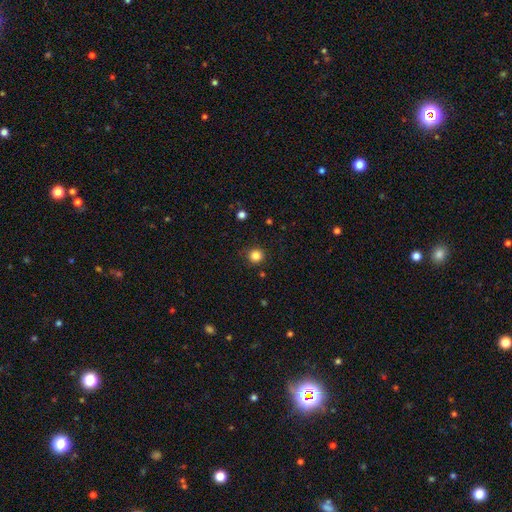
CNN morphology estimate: Smooth or featured?
  - smooth: 84% *
  - star or artifact: 12%
  - featured or disk: 4%
How rounded?
  - round: 94% *
  - in between: 5%
  - cigar-shaped: 1%
Merging?
  - none: 90% *
  - minor disturbance: 7%
  - major disturbance: 2%
  - merger: 1%